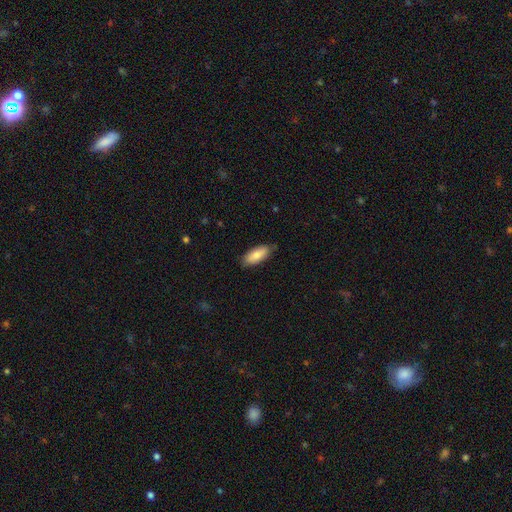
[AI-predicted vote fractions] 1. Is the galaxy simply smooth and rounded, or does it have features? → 81% smooth, 13% featured or disk, 6% star or artifact.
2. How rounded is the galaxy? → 79% in between, 19% cigar-shaped, 2% round.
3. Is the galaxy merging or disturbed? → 82% none, 15% minor disturbance, 2% major disturbance, 1% merger.